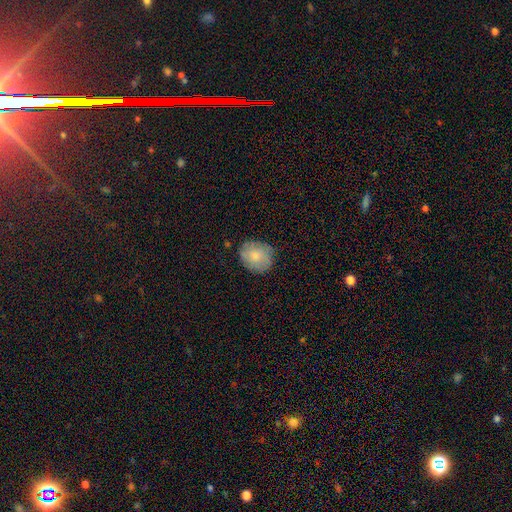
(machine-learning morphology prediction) Smooth or featured?
  - smooth: 75% *
  - featured or disk: 18%
  - star or artifact: 7%
How rounded?
  - round: 71% *
  - in between: 28%
  - cigar-shaped: 1%
Merging?
  - none: 78% *
  - minor disturbance: 17%
  - major disturbance: 4%
  - merger: 1%